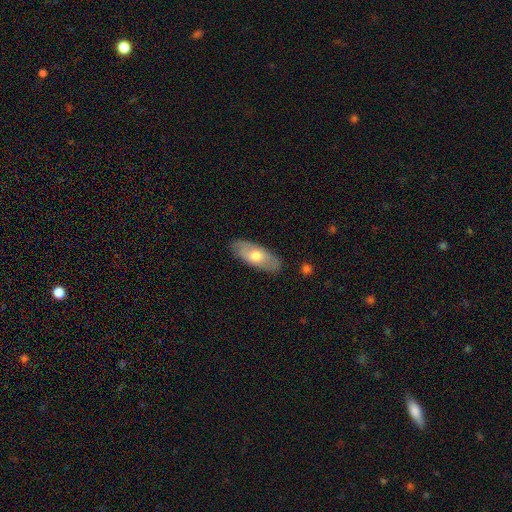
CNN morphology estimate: Q: Smooth or featured?
A: smooth (59%); runner-up: featured or disk (35%)
Q: How rounded?
A: in between (83%); runner-up: cigar-shaped (15%)
Q: Merging?
A: none (86%); runner-up: minor disturbance (11%)